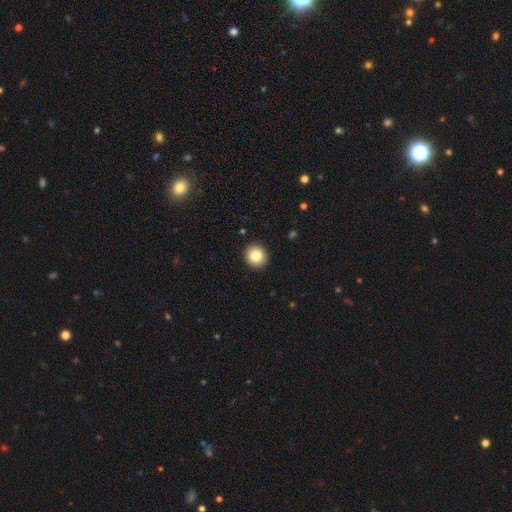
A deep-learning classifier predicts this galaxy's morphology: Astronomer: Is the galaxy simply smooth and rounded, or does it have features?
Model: smooth — 85%.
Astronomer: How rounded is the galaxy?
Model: round — 89%.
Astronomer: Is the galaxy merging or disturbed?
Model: none — 92%.